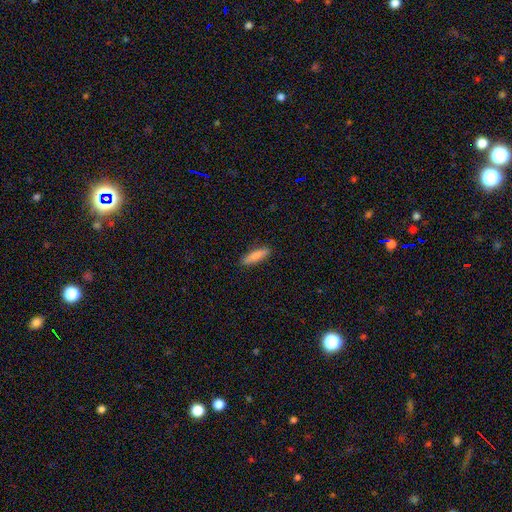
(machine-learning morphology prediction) type=smooth (85%); roundness=cigar-shaped (70%); merging=none (89%).